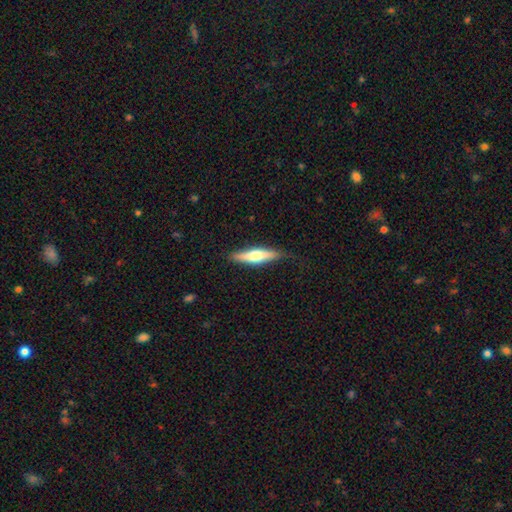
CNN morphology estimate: smooth-or-featured: smooth: 51% | featured or disk: 44% | star or artifact: 5%
  how-rounded: cigar-shaped: 74% | in between: 24% | round: 2%
  merging: none: 77% | minor disturbance: 18% | major disturbance: 4% | merger: 1%